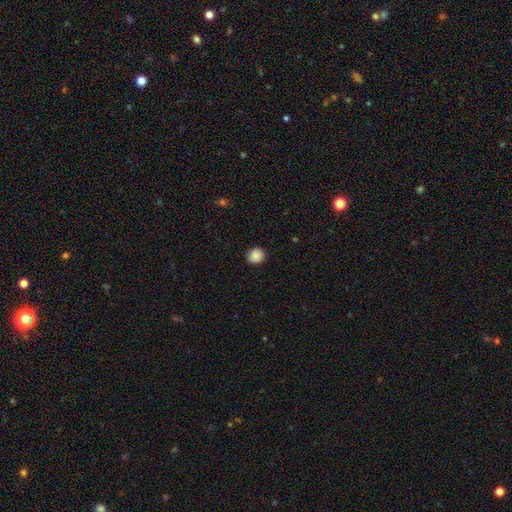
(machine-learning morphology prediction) The model was most divided on "how rounded": round: 86%, in between: 13%, cigar-shaped: 1%. More confident: merging — none (90%); smooth or featured — smooth (88%).